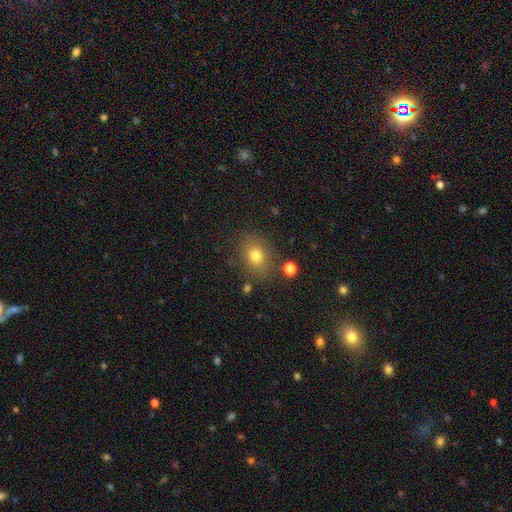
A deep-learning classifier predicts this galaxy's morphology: Smooth or featured? Predicted: smooth (p=0.77). How rounded? Predicted: in between (p=0.51). Merging? Predicted: none (p=0.79).